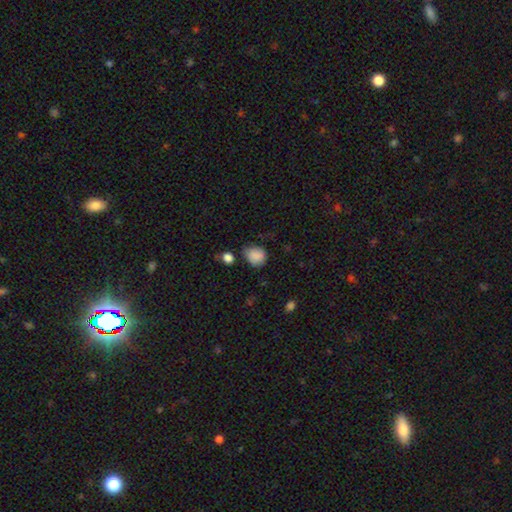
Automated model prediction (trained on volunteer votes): Smooth or featured? Predicted: smooth (p=0.85). How rounded? Predicted: round (p=0.69). Merging? Predicted: none (p=0.62).